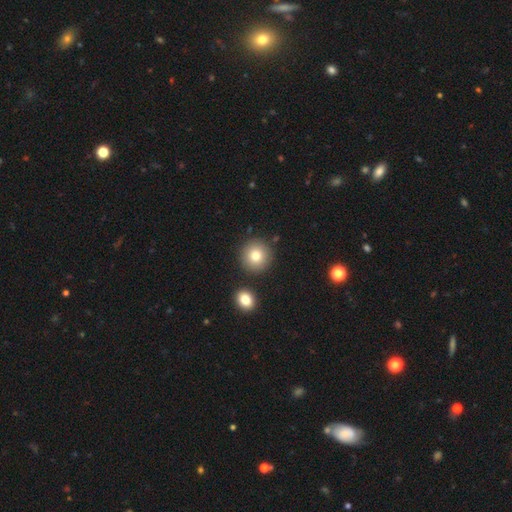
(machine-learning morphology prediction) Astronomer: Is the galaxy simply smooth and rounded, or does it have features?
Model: smooth — 80%.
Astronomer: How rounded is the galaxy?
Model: round — 94%.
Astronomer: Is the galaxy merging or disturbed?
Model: none — 85%.